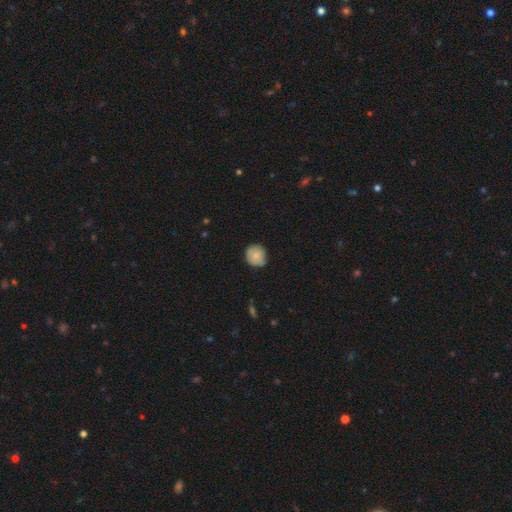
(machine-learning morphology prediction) The model was most divided on "merging": none: 72%, minor disturbance: 23%, major disturbance: 4%, merger: 2%. More confident: how rounded — round (88%); smooth or featured — smooth (74%).